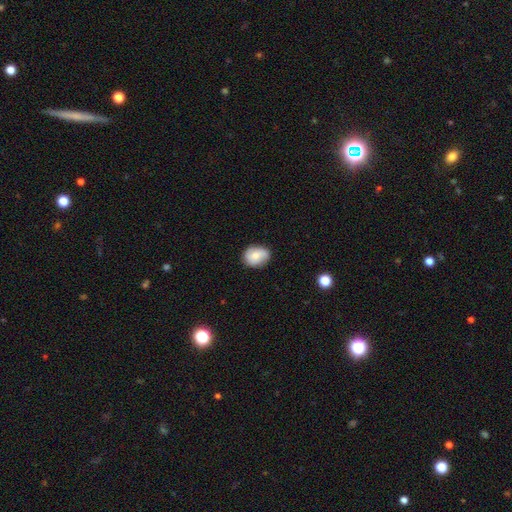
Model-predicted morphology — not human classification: Q: Smooth or featured?
A: smooth (65%); runner-up: featured or disk (27%)
Q: How rounded?
A: round (51%); runner-up: in between (48%)
Q: Merging?
A: none (79%); runner-up: minor disturbance (17%)